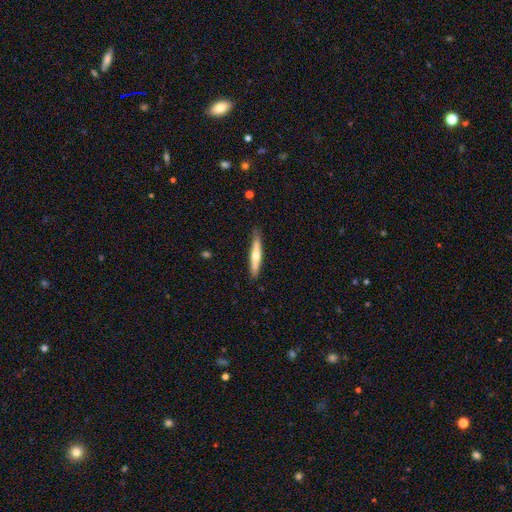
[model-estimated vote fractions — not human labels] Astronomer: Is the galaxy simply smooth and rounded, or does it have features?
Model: smooth — 52% (runner-up: featured or disk, 43%).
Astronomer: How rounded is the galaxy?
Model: cigar-shaped — 90%.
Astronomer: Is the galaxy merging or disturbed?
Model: none — 84%.